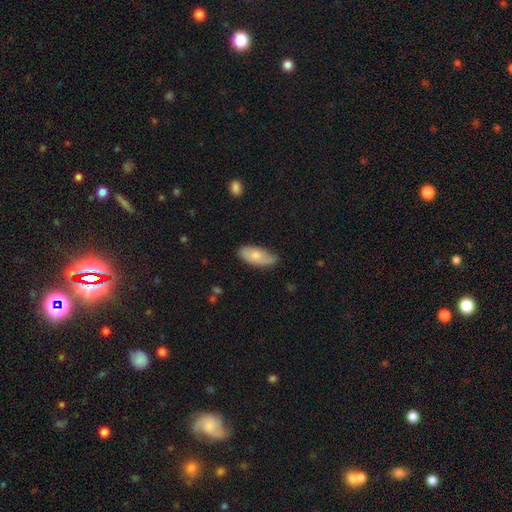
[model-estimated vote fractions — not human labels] smooth 75%, featured or disk 20%, star or artifact 6%. Down the decision tree: how rounded — in between (89%); merging — none (69%).